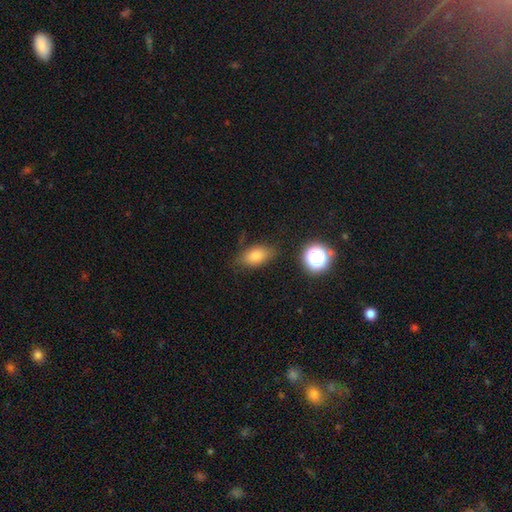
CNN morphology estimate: Q: Smooth or featured?
A: smooth (77%); runner-up: star or artifact (12%)
Q: How rounded?
A: in between (84%); runner-up: round (12%)
Q: Merging?
A: none (77%); runner-up: minor disturbance (16%)